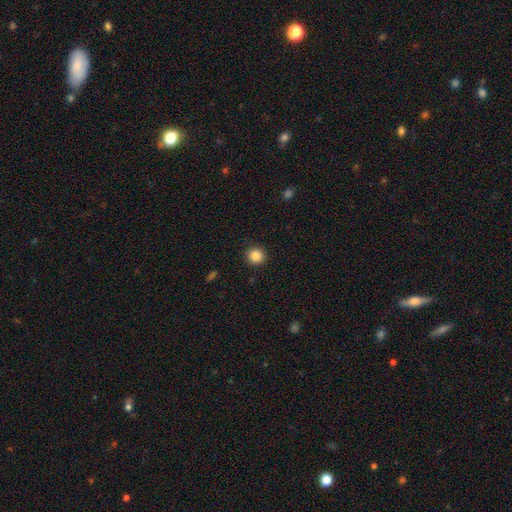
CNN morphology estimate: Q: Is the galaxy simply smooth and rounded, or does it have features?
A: smooth — 85%.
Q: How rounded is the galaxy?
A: round — 94%.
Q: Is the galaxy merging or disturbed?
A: none — 92%.